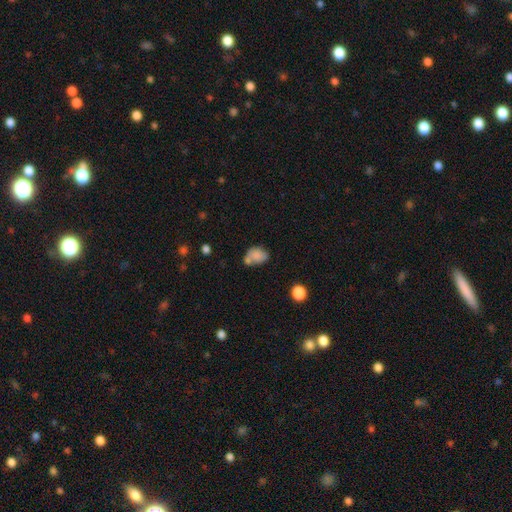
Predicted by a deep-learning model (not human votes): Q: Smooth or featured?
A: smooth (78%); runner-up: featured or disk (12%)
Q: How rounded?
A: in between (67%); runner-up: round (32%)
Q: Merging?
A: none (36%); tied with: merger (36%)